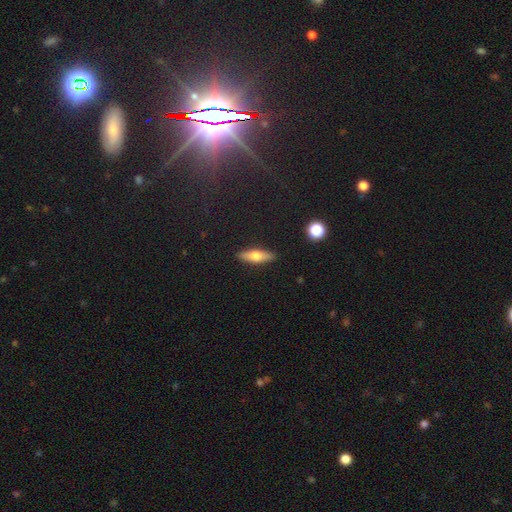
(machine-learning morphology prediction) This appears to be a smooth galaxy with no disk features (60%) that is cigar-shaped (53%). Merging: none (89%).